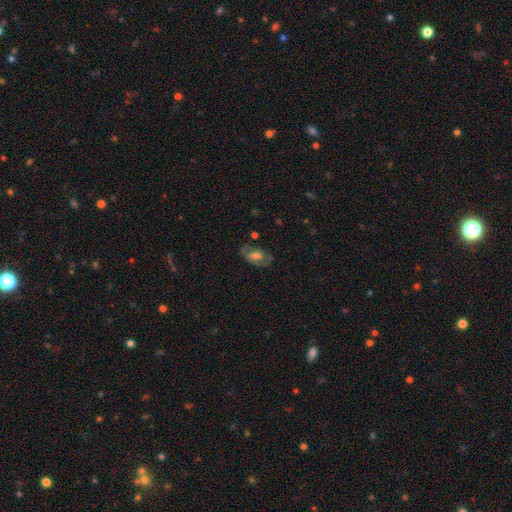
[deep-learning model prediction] A featured or disk galaxy (56%) with no bar (45%), spiral arms (59%) and a moderate central bulge (44%). Merging: none (70%).